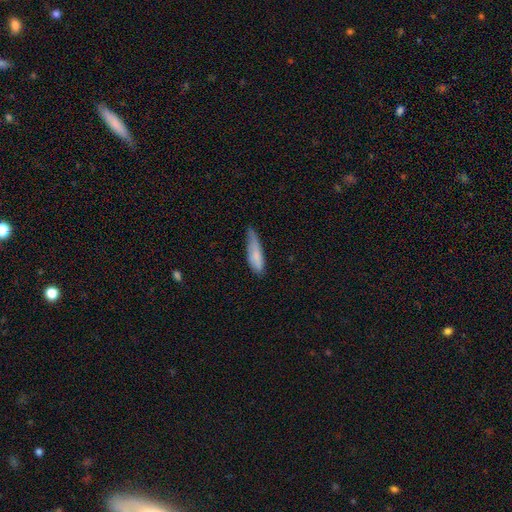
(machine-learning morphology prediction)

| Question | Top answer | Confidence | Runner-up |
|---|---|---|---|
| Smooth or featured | smooth | 77% | featured or disk (16%) |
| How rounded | cigar-shaped | 59% | in between (39%) |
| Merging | minor disturbance | 43% | none (40%) |